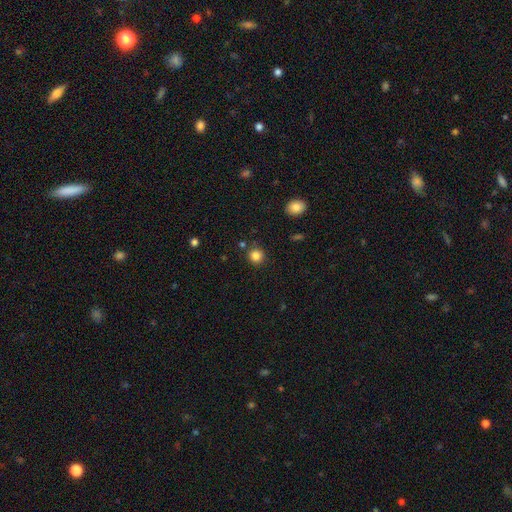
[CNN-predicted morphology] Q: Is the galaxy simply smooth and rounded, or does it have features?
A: smooth — 85%.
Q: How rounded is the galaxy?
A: round — 91%.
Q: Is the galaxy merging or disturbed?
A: none — 85%.